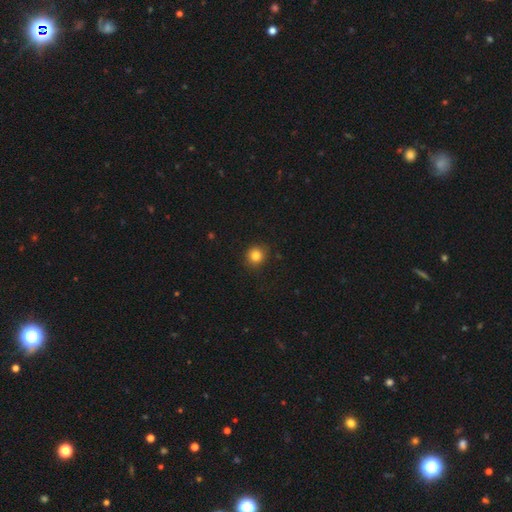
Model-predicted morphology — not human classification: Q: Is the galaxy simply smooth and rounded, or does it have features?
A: smooth — 83%.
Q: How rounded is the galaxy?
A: round — 91%.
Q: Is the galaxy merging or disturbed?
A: none — 89%.